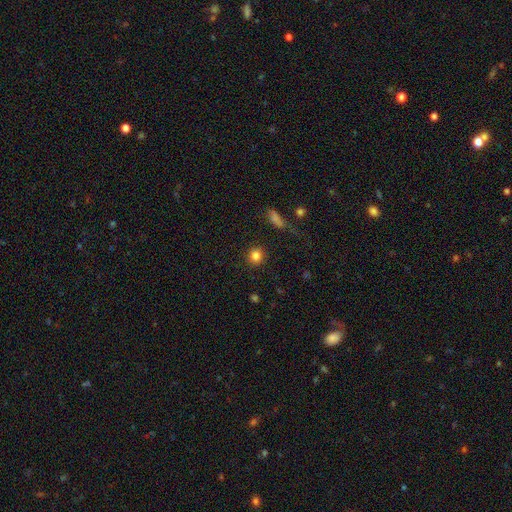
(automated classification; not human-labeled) Smooth or featured? Predicted: smooth (p=0.84). How rounded? Predicted: round (p=0.87). Merging? Predicted: none (p=0.89).